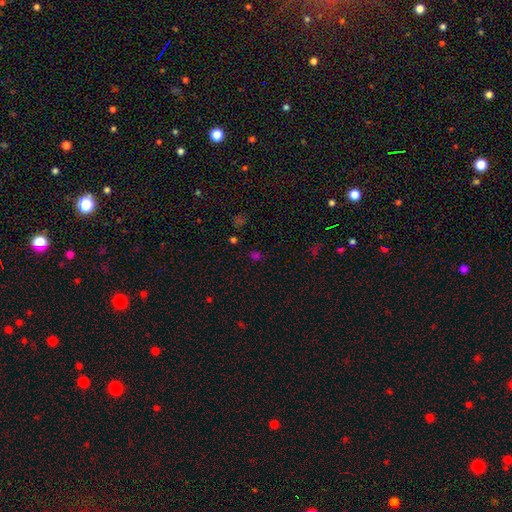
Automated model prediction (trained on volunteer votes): This appears to be a smooth galaxy with no disk features (54%) that is round (61%). Merging: none (78%).